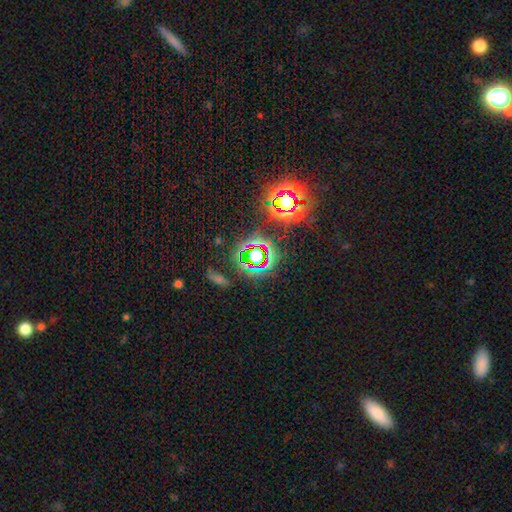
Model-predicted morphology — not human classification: smooth_or_featured: star or artifact (p=0.68) [alt: smooth p=0.19]